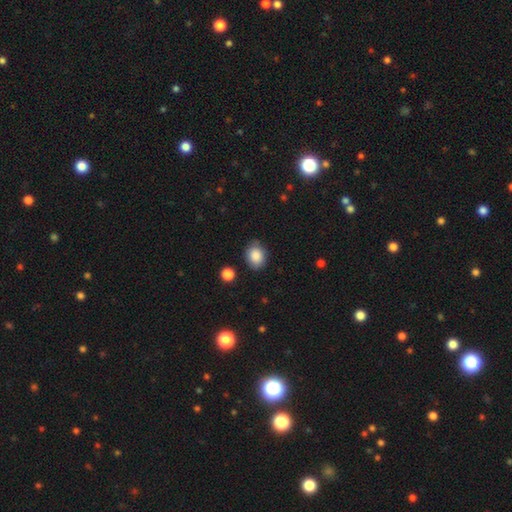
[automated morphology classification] type=smooth (87%); roundness=in between (58%); merging=none (79%).